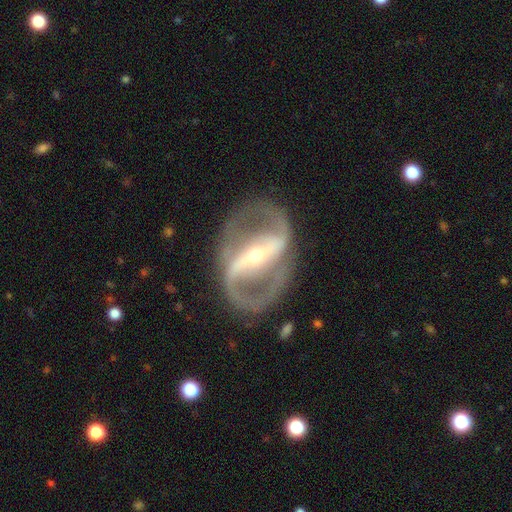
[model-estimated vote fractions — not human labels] Smooth or featured: featured or disk — 90% (smooth — 5%)
Edge-on disk: no — 95% (yes — 5%)
Bar: strong — 75% (weak — 16%)
Spiral arms: yes — 89% (no — 11%)
Spiral winding: medium — 52% (loose — 26%)
Spiral arm count: 2 — 91% (can't tell — 4%)
Bulge size: small — 61% (moderate — 35%)
Merging: none — 79% (minor disturbance — 11%)